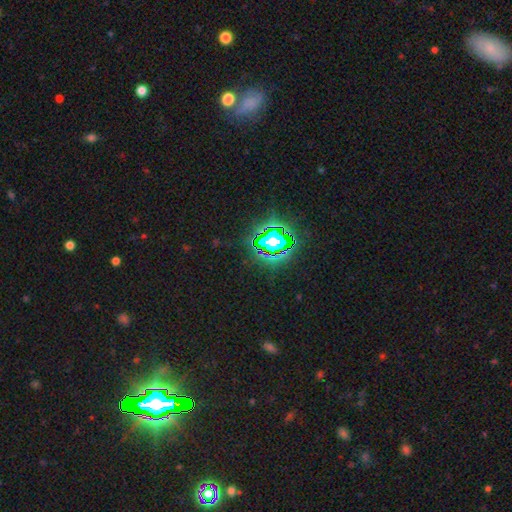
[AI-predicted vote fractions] A star or artifact, not a galaxy (83%).